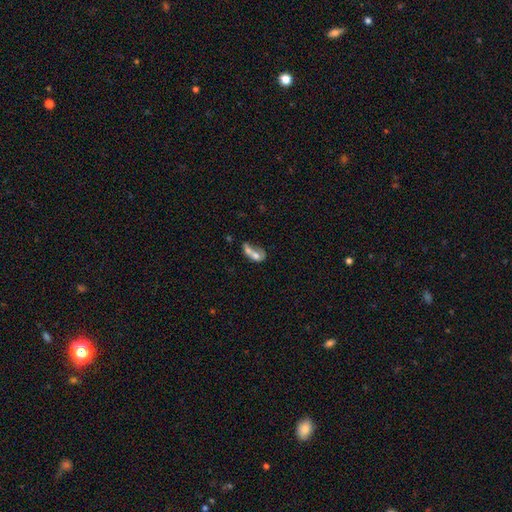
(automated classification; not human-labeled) Overall: smooth (59%; featured or disk 32%). How rounded: in between (73%). Merging: merger (66%).